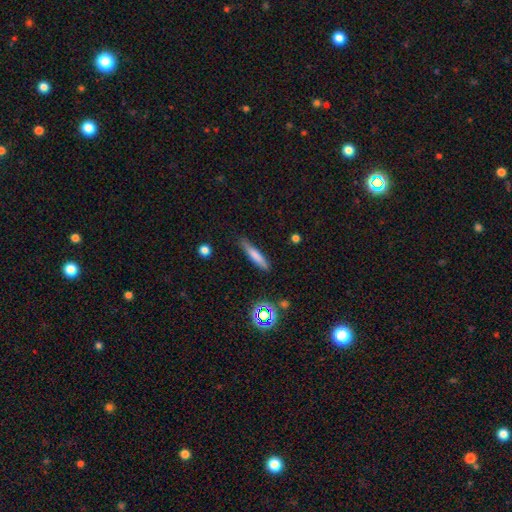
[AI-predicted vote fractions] The model was most divided on "smooth or featured": smooth: 72%, featured or disk: 19%, star or artifact: 9%. More confident: how rounded — cigar-shaped (87%); merging — none (84%).